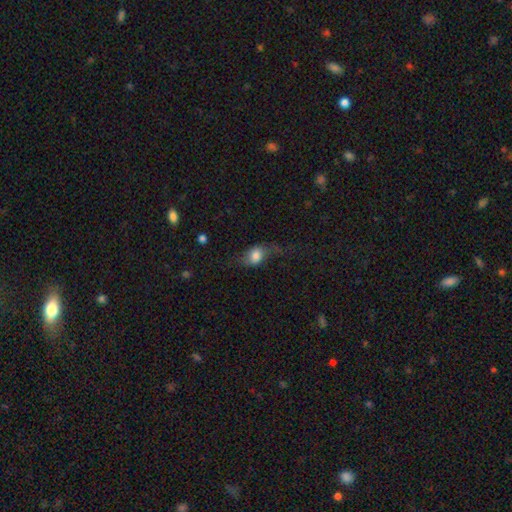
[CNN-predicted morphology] This appears to be a smooth galaxy with no disk features (68%) that is in between round and cigar-shaped (73%). Merging: none (44%).